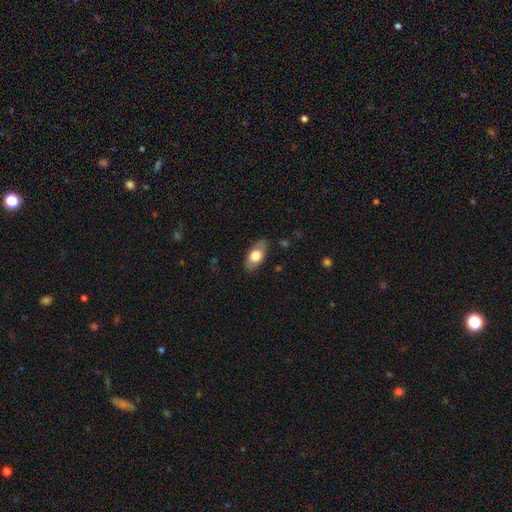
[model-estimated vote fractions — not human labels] Smooth or featured: smooth — 69% (featured or disk — 25%)
How rounded: in between — 89% (cigar-shaped — 6%)
Merging: none — 82% (minor disturbance — 14%)